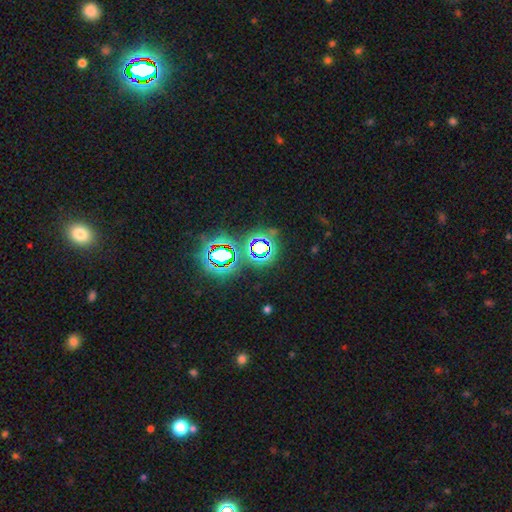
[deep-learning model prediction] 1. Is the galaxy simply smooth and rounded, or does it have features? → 77% star or artifact, 14% smooth, 9% featured or disk.